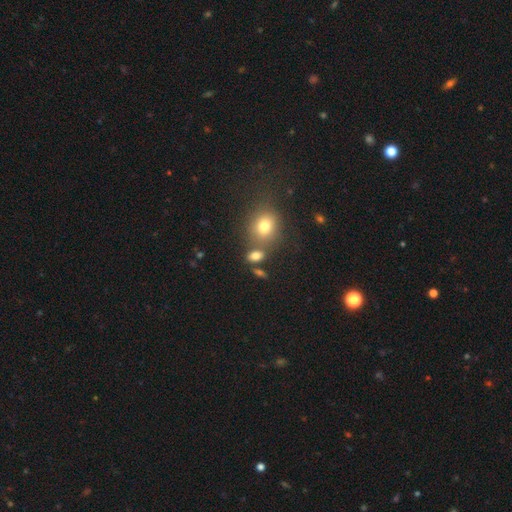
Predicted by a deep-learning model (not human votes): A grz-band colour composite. It shows a smooth galaxy with no disk features (76%) that is in between round and cigar-shaped (73%). Merging: none (63%).